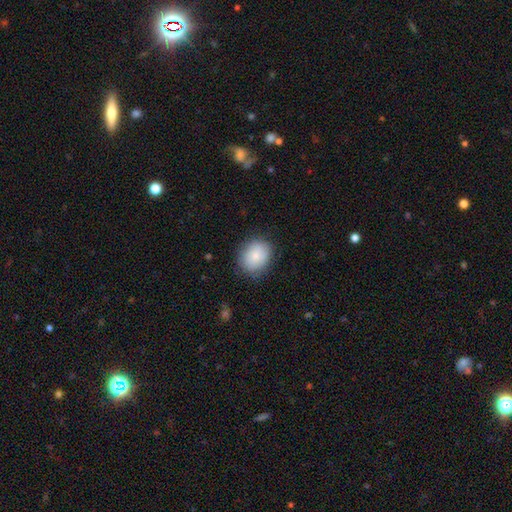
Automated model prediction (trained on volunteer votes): A smooth galaxy with no disk features (80%) that is round (61%).

Vote fractions:
- Smooth or featured? smooth: 80% / featured or disk: 13% / star or artifact: 7%
- How rounded? round: 61% / in between: 38% / cigar-shaped: 1%
- Merging? none: 80% / minor disturbance: 15% / major disturbance: 4% / merger: 1%